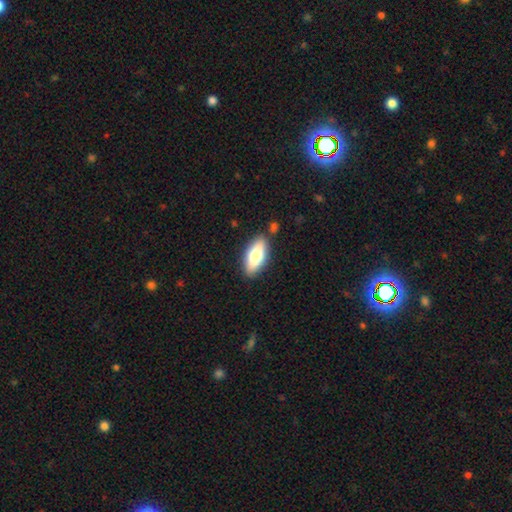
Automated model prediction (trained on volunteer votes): Smooth or featured?
  - smooth: 66% *
  - featured or disk: 28%
  - star or artifact: 6%
How rounded?
  - in between: 79% *
  - cigar-shaped: 18%
  - round: 3%
Merging?
  - none: 83% *
  - minor disturbance: 11%
  - merger: 4%
  - major disturbance: 3%